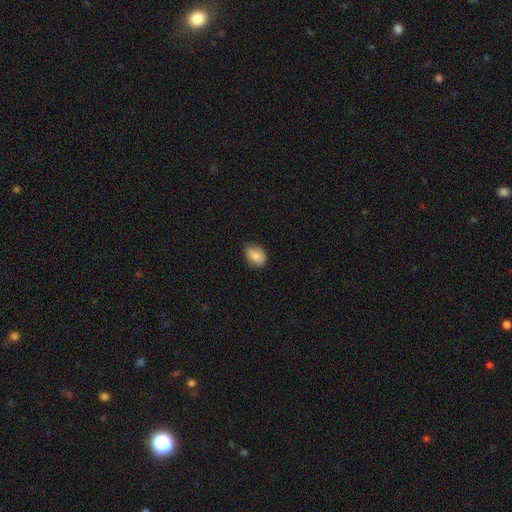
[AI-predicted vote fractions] This appears to be a smooth galaxy with no disk features (82%) that is in between round and cigar-shaped (73%). Merging: none (78%).